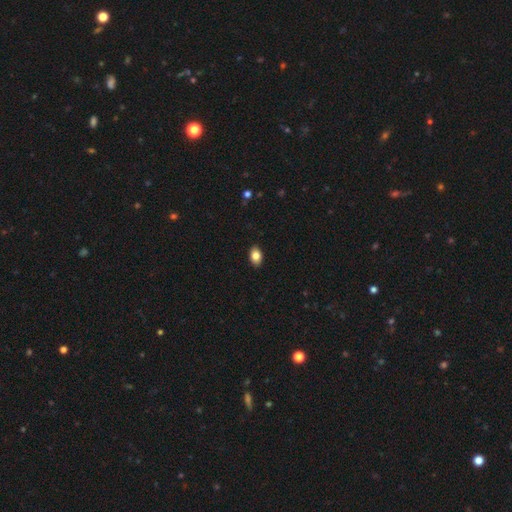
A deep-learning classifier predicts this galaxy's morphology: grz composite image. It shows a smooth galaxy with no disk features (85%) that is in between round and cigar-shaped (86%). Merging: none (90%).